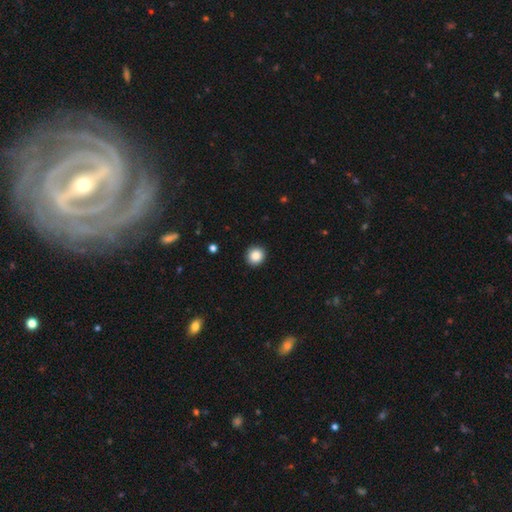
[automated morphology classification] Smooth or featured? Predicted: smooth (p=0.87). How rounded? Predicted: round (p=0.91). Merging? Predicted: none (p=0.92).